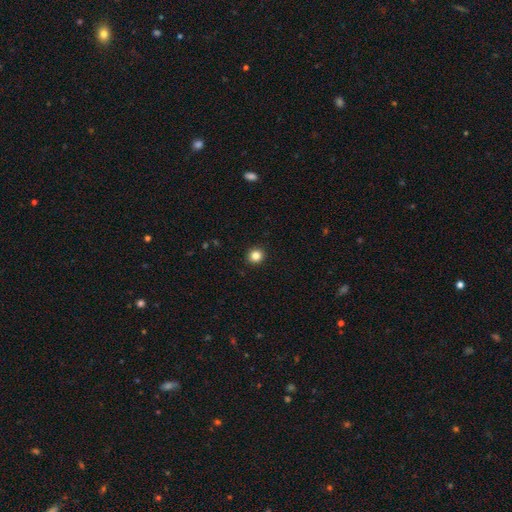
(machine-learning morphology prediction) Smooth or featured: smooth — 84% (star or artifact — 12%)
How rounded: round — 93% (in between — 6%)
Merging: none — 93% (minor disturbance — 4%)